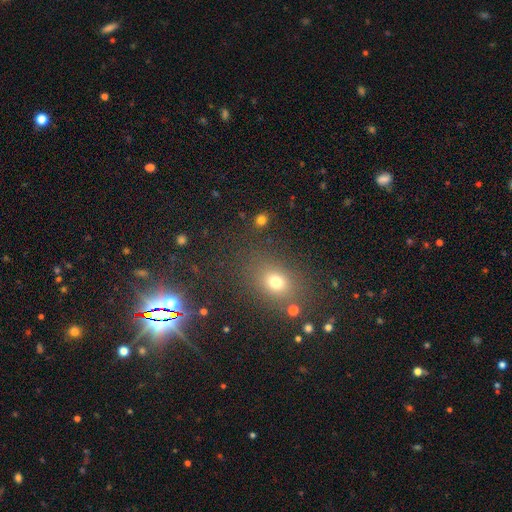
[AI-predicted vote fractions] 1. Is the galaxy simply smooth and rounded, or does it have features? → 46% smooth, 45% star or artifact, 9% featured or disk.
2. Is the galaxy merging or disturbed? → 84% none, 9% minor disturbance, 4% major disturbance, 4% merger.